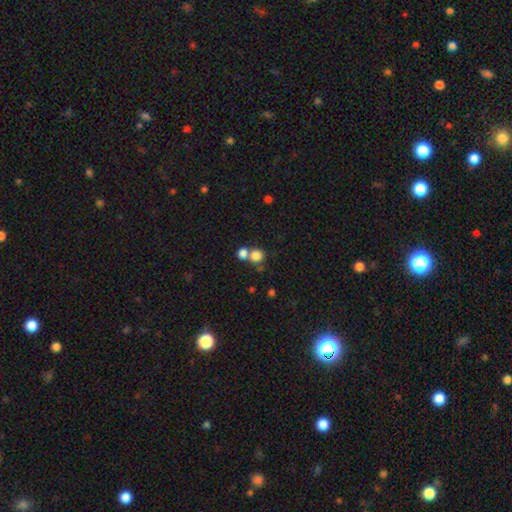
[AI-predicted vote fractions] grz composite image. It shows a smooth galaxy with no disk features (82%) that is round (86%). Merging: none (49%).